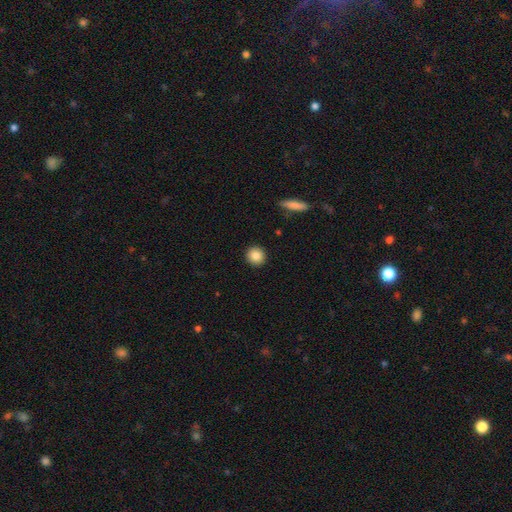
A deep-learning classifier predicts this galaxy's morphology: Smooth or featured? smooth (86%)
How rounded? round (92%)
Merging? none (92%)